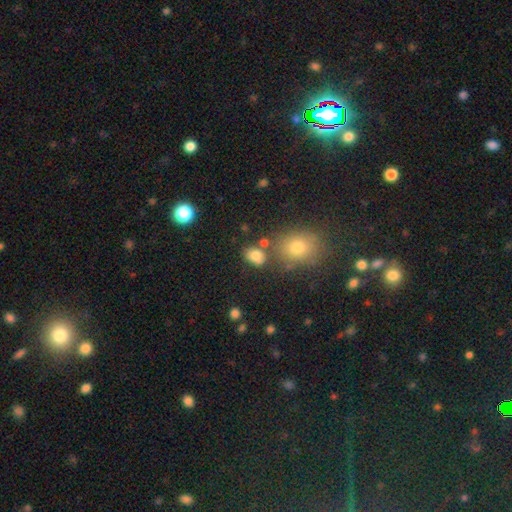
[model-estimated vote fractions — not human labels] Smooth or featured?
  - smooth: 78% *
  - star or artifact: 13%
  - featured or disk: 9%
How rounded?
  - in between: 63% *
  - round: 36%
  - cigar-shaped: 1%
Merging?
  - none: 63% *
  - minor disturbance: 16%
  - merger: 16%
  - major disturbance: 6%